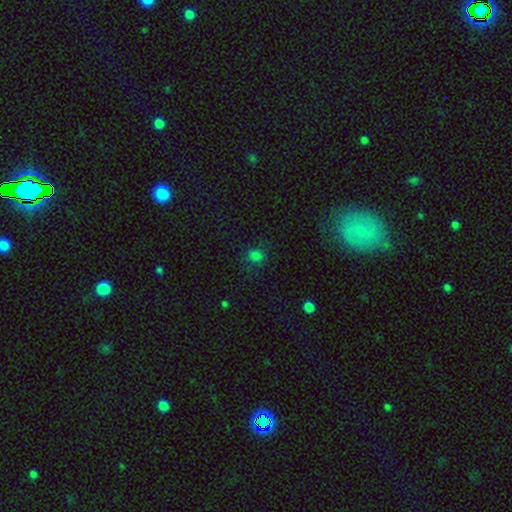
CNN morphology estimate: A smooth galaxy with no disk features (75%) that is round (60%). Merging: none (73%).